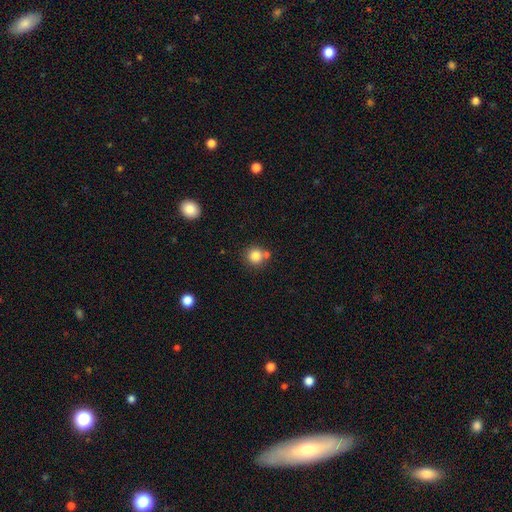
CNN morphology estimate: smooth_or_featured: smooth (p=0.83) [alt: star or artifact p=0.11]
how_rounded: round (p=0.91) [alt: in between p=0.08]
merging: none (p=0.66) [alt: merger p=0.21]